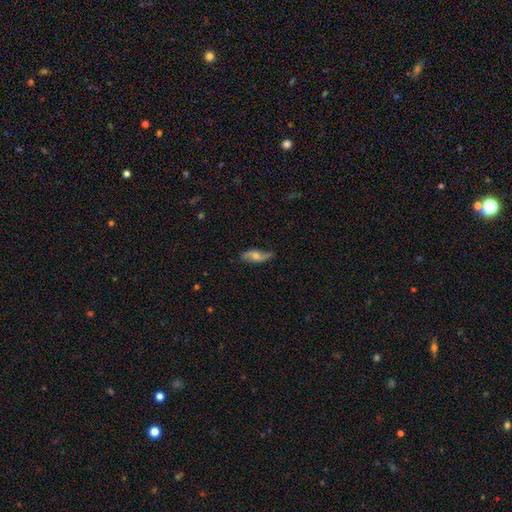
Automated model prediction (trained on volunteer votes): This is likely a featured or disk galaxy (66%). It is clearly not viewed edge-on (83%). Bar: likely no (63%). Spiral arm pattern: clearly yes (89%). Central bulge: possibly moderate (59%). Merging: likely none (78%).